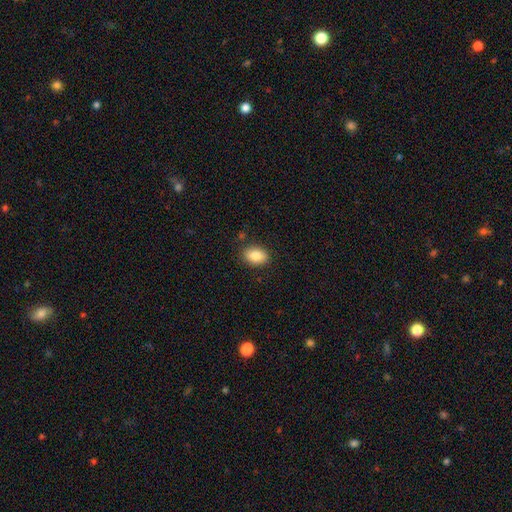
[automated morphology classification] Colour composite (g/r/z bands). It shows a smooth galaxy with no disk features (86%) that is in between round and cigar-shaped (80%). Merging: none (87%).